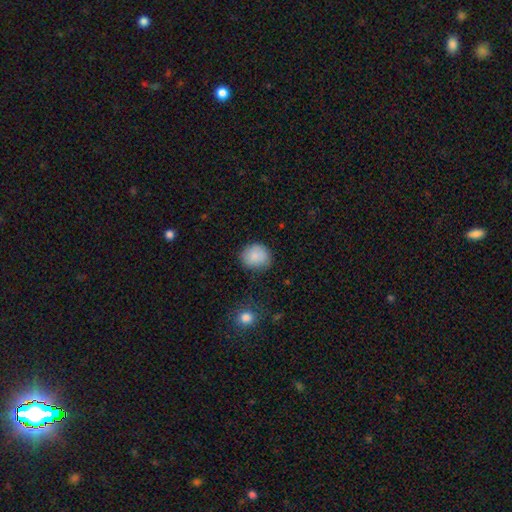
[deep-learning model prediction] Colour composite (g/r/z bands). It shows a smooth galaxy with no disk features (85%) that is round (80%). Merging: none (78%).